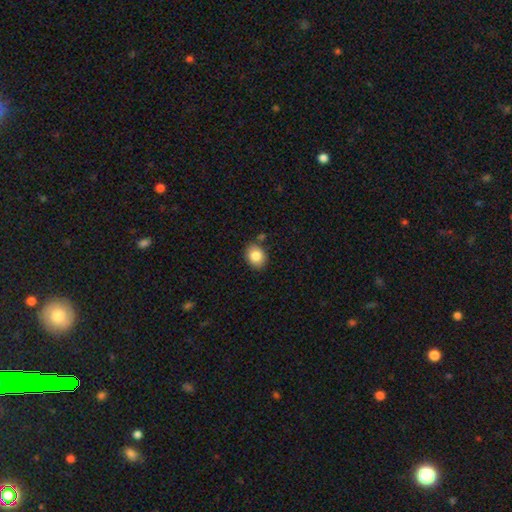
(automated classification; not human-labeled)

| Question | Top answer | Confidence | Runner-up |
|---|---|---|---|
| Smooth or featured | smooth | 83% | star or artifact (8%) |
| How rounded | in between | 53% | round (47%) |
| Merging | none | 81% | minor disturbance (11%) |